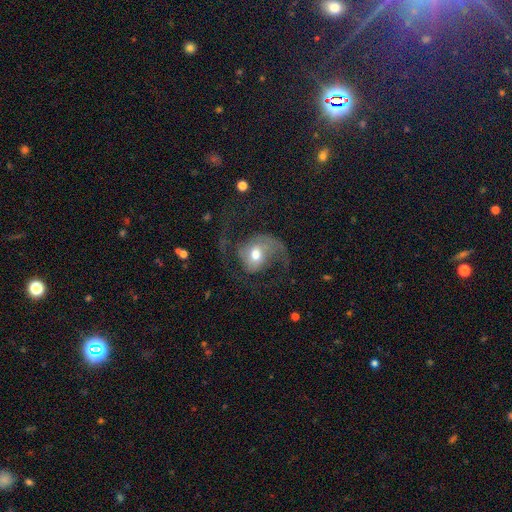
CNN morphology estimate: Q: Smooth or featured?
A: featured or disk (75%); runner-up: smooth (18%)
Q: Edge-on disk?
A: no (97%); runner-up: yes (3%)
Q: Bar?
A: no (53%); runner-up: weak (35%)
Q: Spiral arms?
A: yes (91%); runner-up: no (9%)
Q: Spiral winding?
A: loose (52%); runner-up: medium (39%)
Q: Spiral arm count?
A: 2 (68%); runner-up: 1 (21%)
Q: Bulge size?
A: moderate (69%); runner-up: small (15%)
Q: Merging?
A: none (47%); runner-up: major disturbance (35%)